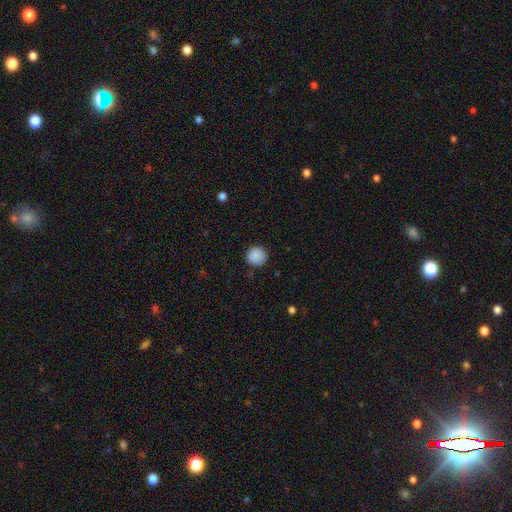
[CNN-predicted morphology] type=smooth (88%); roundness=round (92%); merging=none (87%).